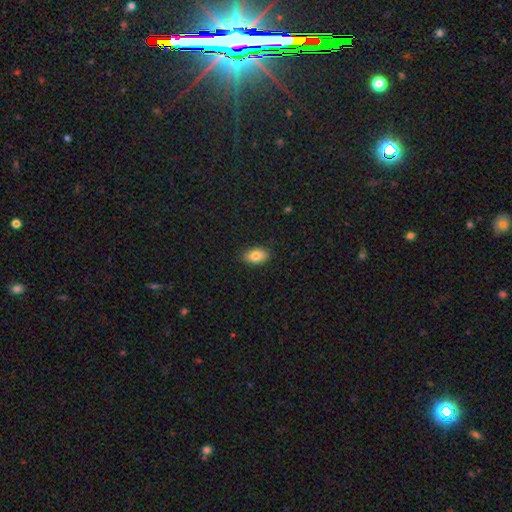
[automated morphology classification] Overall: smooth (83%). How rounded: in between (90%). Merging: none (86%).